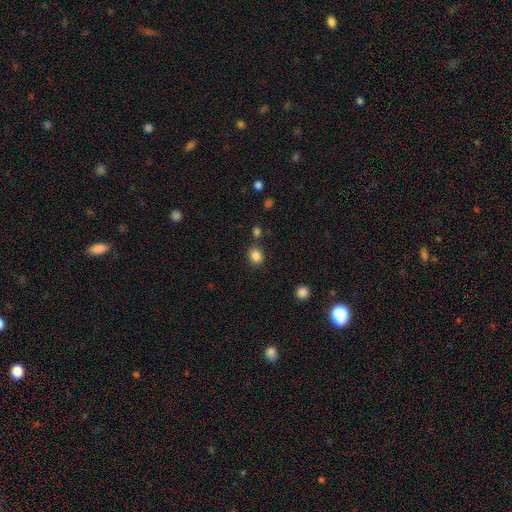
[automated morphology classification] smooth_or_featured: smooth (p=0.85) [alt: star or artifact p=0.11]
how_rounded: round (p=0.70) [alt: in between p=0.29]
merging: none (p=0.80) [alt: minor disturbance p=0.09]